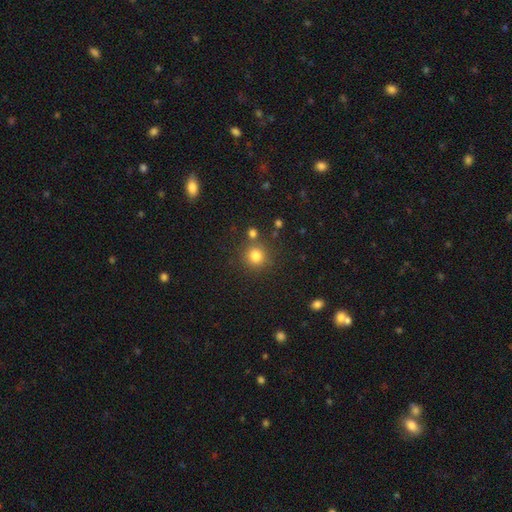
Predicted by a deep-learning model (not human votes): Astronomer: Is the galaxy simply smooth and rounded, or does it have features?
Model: smooth — 81%.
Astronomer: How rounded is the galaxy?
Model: round — 92%.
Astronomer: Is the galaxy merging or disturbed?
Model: none — 78%.